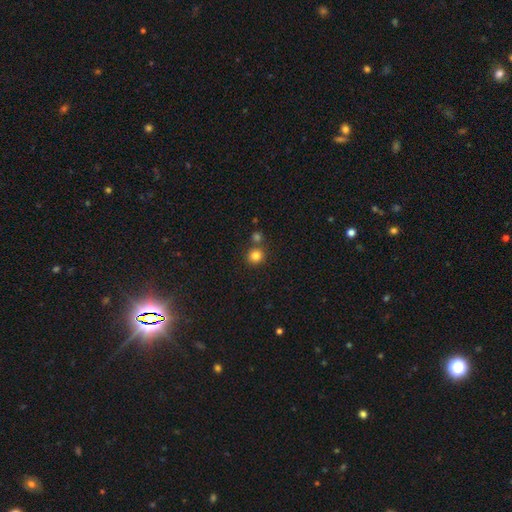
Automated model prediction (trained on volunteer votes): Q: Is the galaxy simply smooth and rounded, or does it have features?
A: smooth — 82%.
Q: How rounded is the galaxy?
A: round — 91%.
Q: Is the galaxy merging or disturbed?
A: none — 73%.